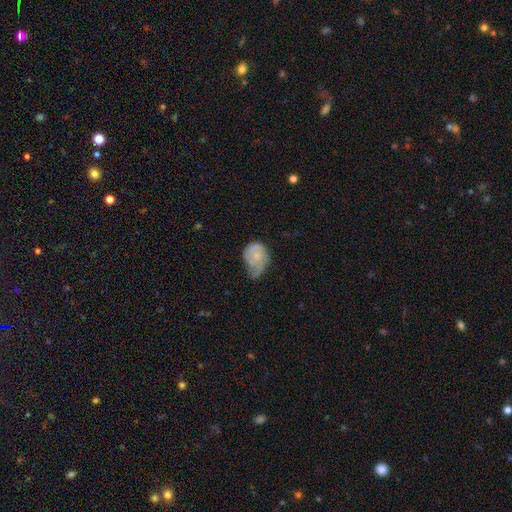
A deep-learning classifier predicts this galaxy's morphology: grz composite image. It shows a smooth galaxy with no disk features (49%). Merging: minor disturbance (43%).